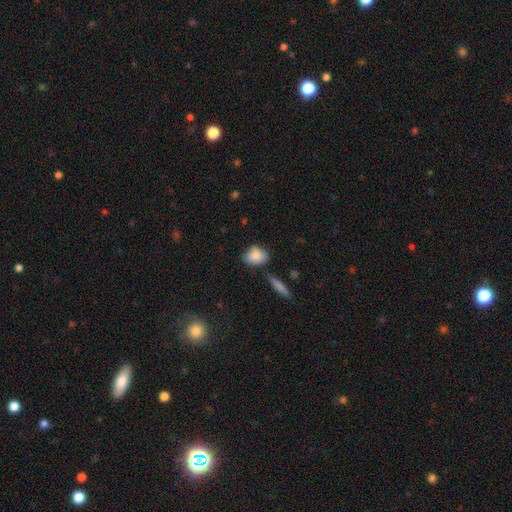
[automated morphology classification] Q: Smooth or featured?
A: smooth (85%); runner-up: featured or disk (8%)
Q: How rounded?
A: in between (64%); runner-up: round (33%)
Q: Merging?
A: none (69%); runner-up: minor disturbance (21%)